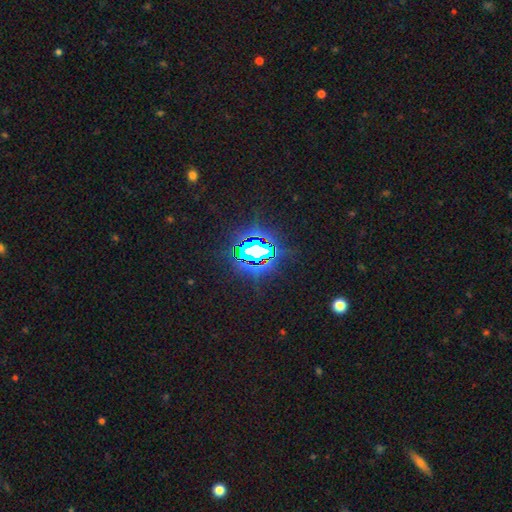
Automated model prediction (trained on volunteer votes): Smooth or featured? star or artifact (77%)